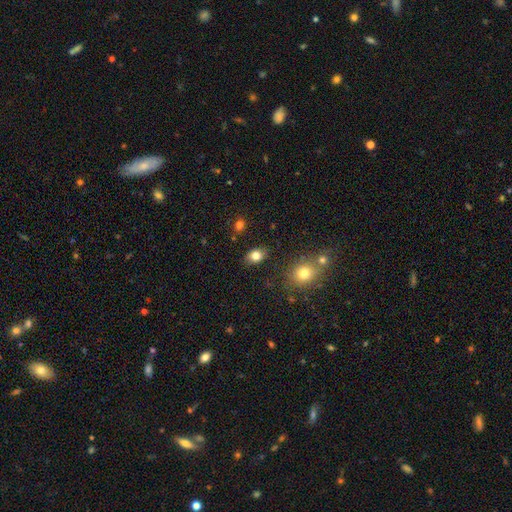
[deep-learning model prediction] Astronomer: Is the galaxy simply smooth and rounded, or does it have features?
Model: smooth — 81%.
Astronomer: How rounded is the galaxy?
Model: in between — 77%.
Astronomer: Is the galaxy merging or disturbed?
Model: none — 84%.